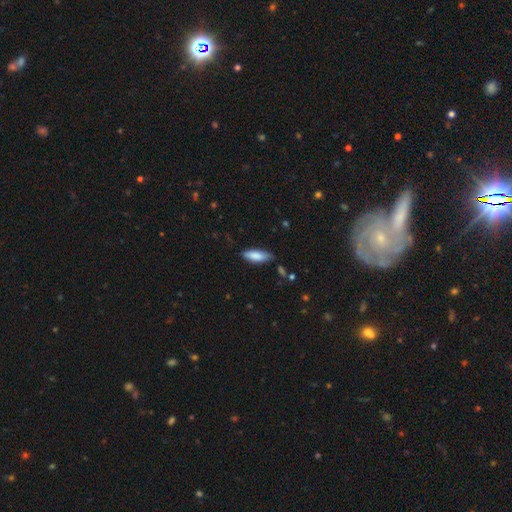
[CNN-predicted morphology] Smooth or featured: smooth — 84% (featured or disk — 10%)
How rounded: in between — 68% (cigar-shaped — 30%)
Merging: none — 72% (minor disturbance — 22%)